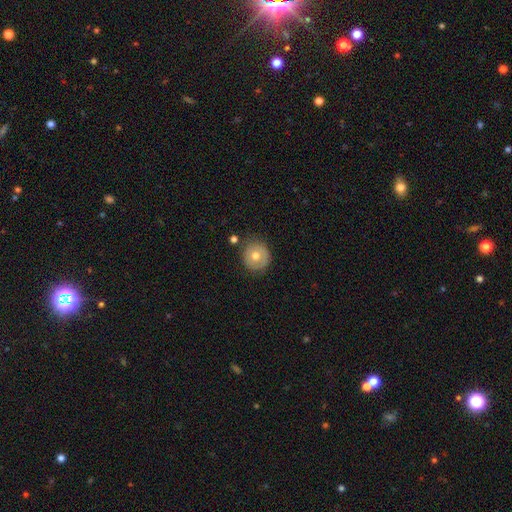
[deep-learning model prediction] Smooth or featured? Predicted: smooth (p=0.62). How rounded? Predicted: round (p=0.91). Merging? Predicted: none (p=0.80).